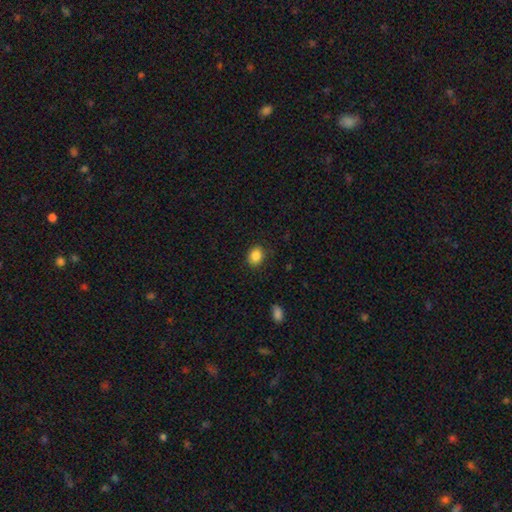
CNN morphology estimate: Smooth or featured? smooth (87%)
How rounded? in between (53%)
Merging? none (86%)